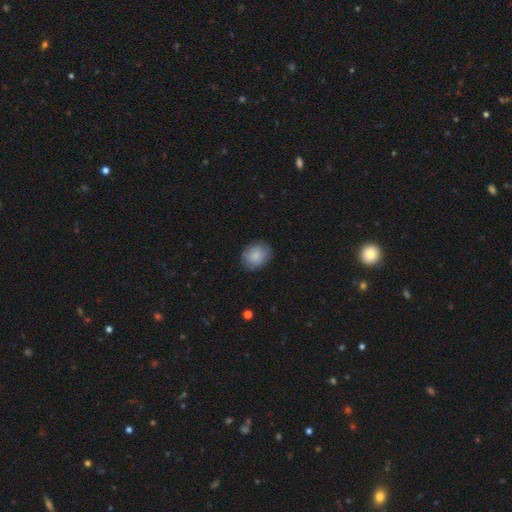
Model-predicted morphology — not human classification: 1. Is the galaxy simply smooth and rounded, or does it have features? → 85% smooth, 8% featured or disk, 7% star or artifact.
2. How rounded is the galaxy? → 55% round, 44% in between, 1% cigar-shaped.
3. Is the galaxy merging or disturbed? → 83% none, 13% minor disturbance, 3% major disturbance, 1% merger.